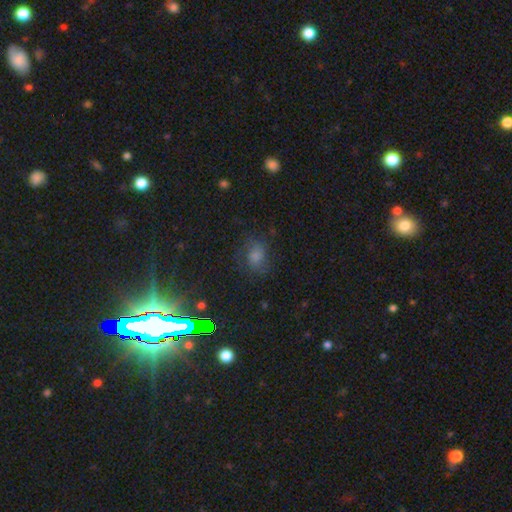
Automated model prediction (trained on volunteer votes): Overall: smooth (44%; star or artifact 38%). Merging: none (71%).